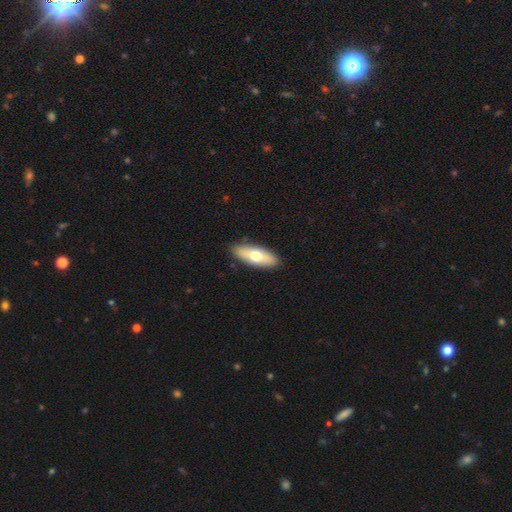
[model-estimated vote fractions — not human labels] Smooth or featured? smooth (67%)
How rounded? in between (69%)
Merging? none (89%)